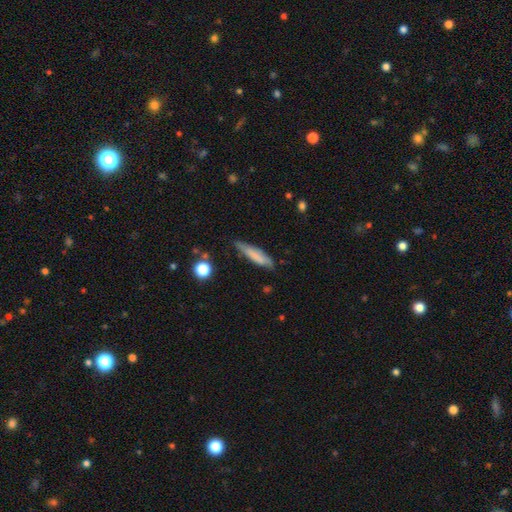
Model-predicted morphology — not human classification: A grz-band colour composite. It shows a smooth galaxy with no disk features (72%) that is cigar-shaped (83%). Merging: none (73%).